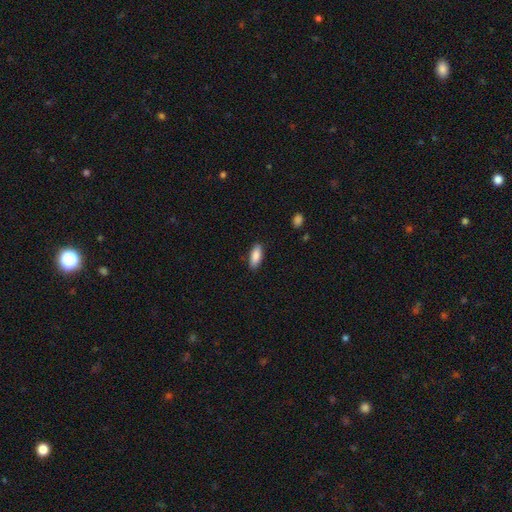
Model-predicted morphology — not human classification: smooth_or_featured: smooth (p=0.88) [alt: star or artifact p=0.06]
how_rounded: in between (p=0.76) [alt: cigar-shaped p=0.22]
merging: none (p=0.86) [alt: minor disturbance p=0.11]